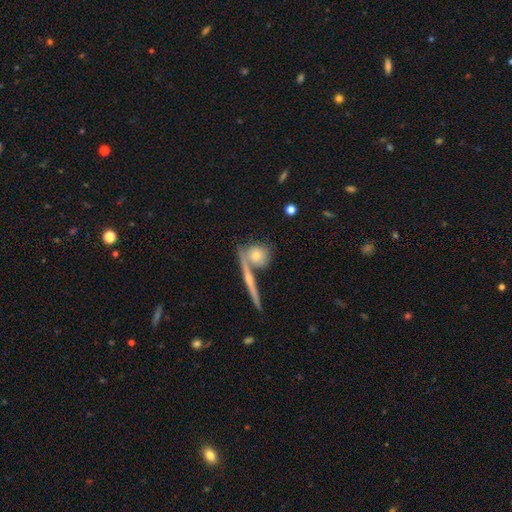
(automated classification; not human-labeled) A smooth galaxy with no disk features (52%) that is round (70%).

Vote fractions:
- Smooth or featured? smooth: 52% / featured or disk: 39% / star or artifact: 9%
- How rounded? round: 70% / in between: 16% / cigar-shaped: 14%
- Merging? none: 59% / merger: 26% / minor disturbance: 11% / major disturbance: 4%